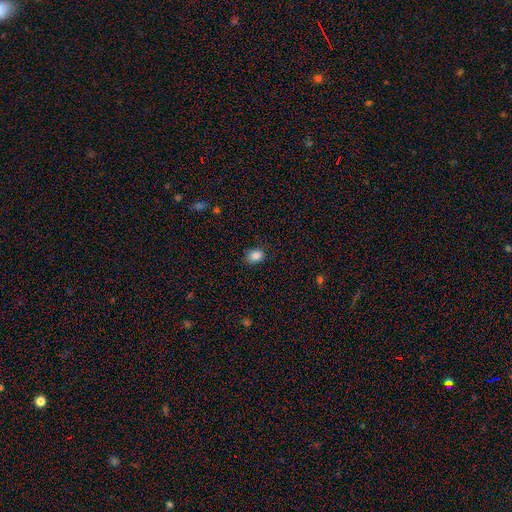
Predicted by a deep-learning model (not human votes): Overall: smooth (85%). How rounded: in between (60%; round 39%). Merging: none (84%).